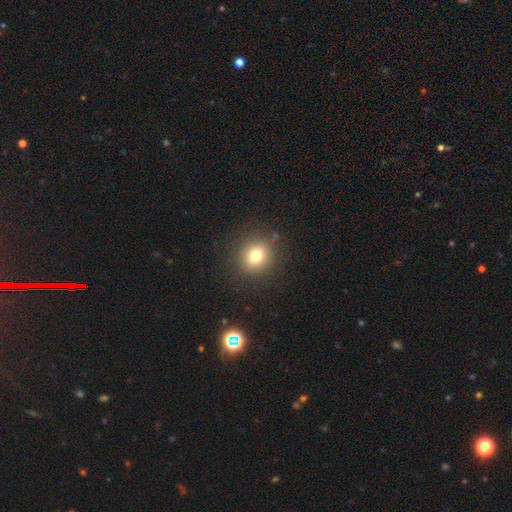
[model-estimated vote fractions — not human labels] Q: Smooth or featured?
A: smooth (75%); runner-up: star or artifact (14%)
Q: How rounded?
A: round (87%); runner-up: in between (12%)
Q: Merging?
A: none (87%); runner-up: minor disturbance (8%)